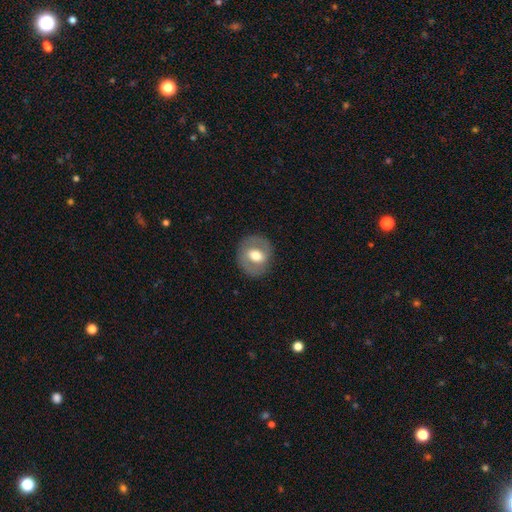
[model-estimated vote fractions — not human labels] Smooth or featured? featured or disk (50%)
Edge-on disk? no (95%)
Merging? none (84%)